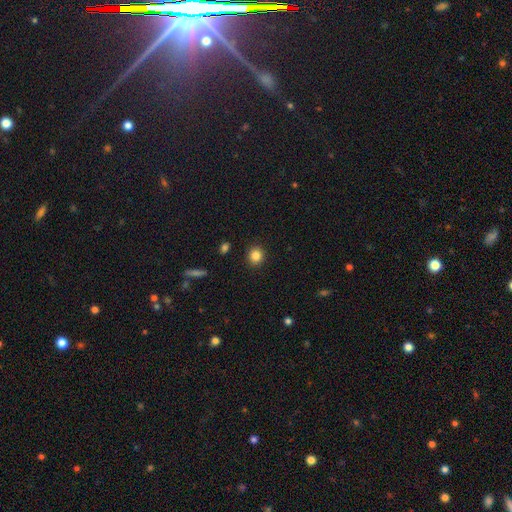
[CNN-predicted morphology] A smooth galaxy with no disk features (85%) that is round (87%).

Vote fractions:
- Smooth or featured? smooth: 85% / star or artifact: 11% / featured or disk: 5%
- How rounded? round: 87% / in between: 12% / cigar-shaped: 1%
- Merging? none: 91% / minor disturbance: 6% / major disturbance: 2% / merger: 1%